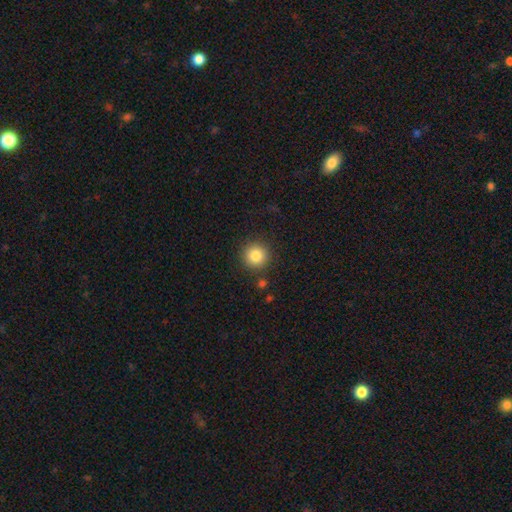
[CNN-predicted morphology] Smooth or featured: smooth — 84% (star or artifact — 10%)
How rounded: round — 95% (in between — 4%)
Merging: none — 89% (minor disturbance — 7%)